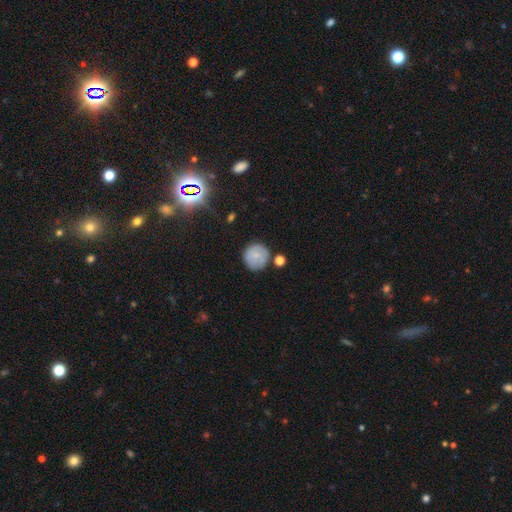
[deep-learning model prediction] smooth-or-featured: smooth: 74% | featured or disk: 17% | star or artifact: 9%
  how-rounded: round: 93% | in between: 6% | cigar-shaped: 1%
  merging: none: 77% | minor disturbance: 14% | merger: 6% | major disturbance: 4%